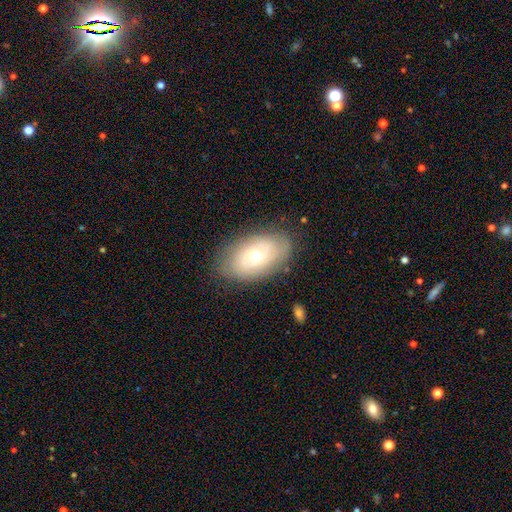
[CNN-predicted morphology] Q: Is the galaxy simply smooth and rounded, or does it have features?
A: featured or disk — 52%.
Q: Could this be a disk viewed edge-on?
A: no — 90%.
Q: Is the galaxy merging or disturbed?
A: none — 77%.